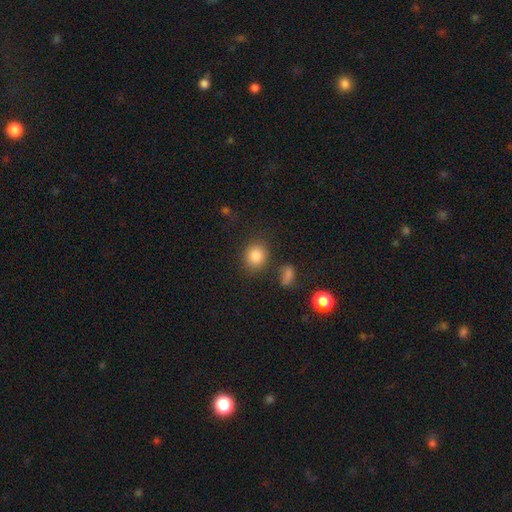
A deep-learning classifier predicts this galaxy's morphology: smooth_or_featured: smooth (p=0.85) [alt: star or artifact p=0.10]
how_rounded: round (p=0.72) [alt: in between p=0.27]
merging: none (p=0.80) [alt: minor disturbance p=0.10]